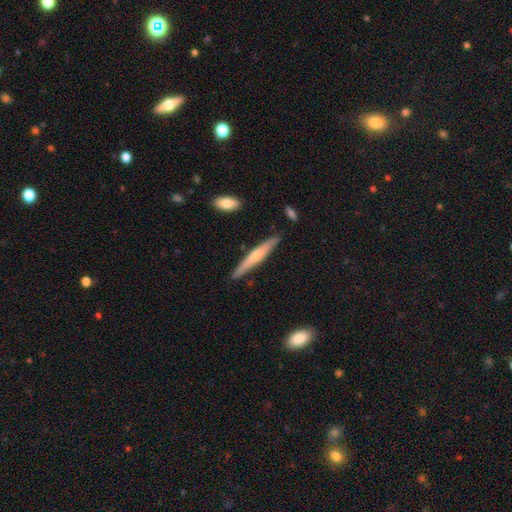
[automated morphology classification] Smooth or featured? Predicted: featured or disk (p=0.52). Edge-on disk? Predicted: yes (p=0.96). Merging? Predicted: none (p=0.87).